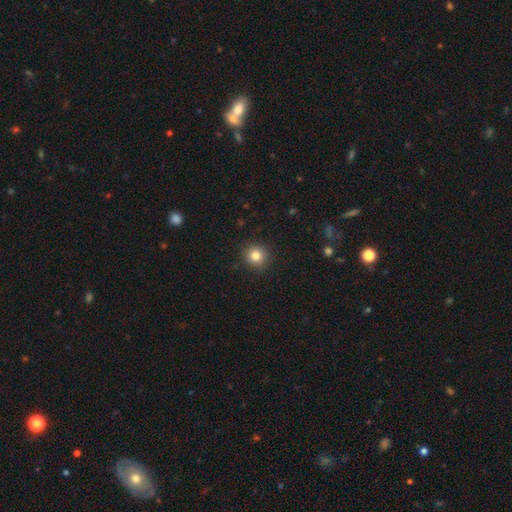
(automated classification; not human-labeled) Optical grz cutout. It shows a smooth galaxy with no disk features (82%) that is round (92%). Merging: none (90%).